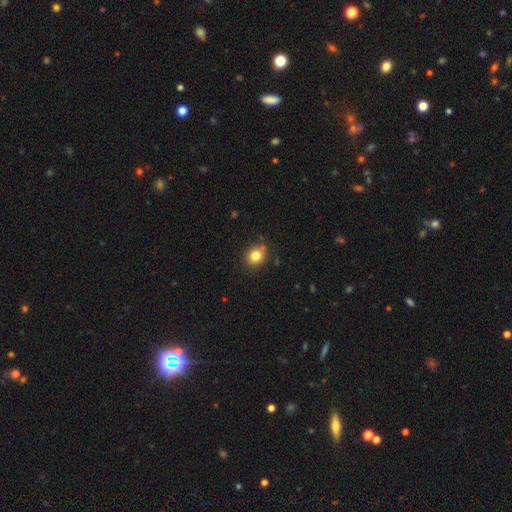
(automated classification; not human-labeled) This is clearly a smooth galaxy (82%). How rounded: likely round (72%). Merging: clearly none (80%).